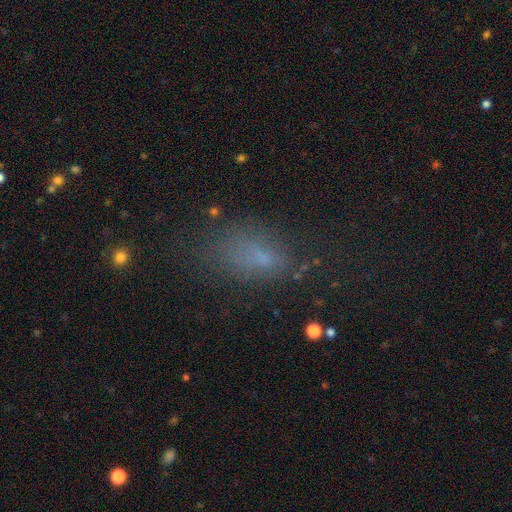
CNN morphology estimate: smooth-or-featured: smooth: 61% | star or artifact: 22% | featured or disk: 17%
  how-rounded: in between: 84% | round: 8% | cigar-shaped: 8%
  merging: none: 53% | minor disturbance: 24% | major disturbance: 20% | merger: 3%